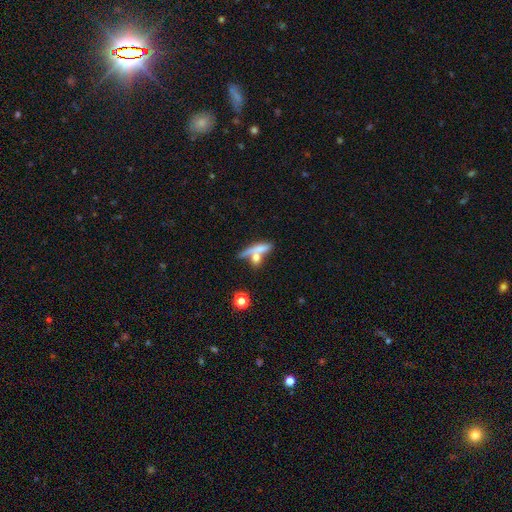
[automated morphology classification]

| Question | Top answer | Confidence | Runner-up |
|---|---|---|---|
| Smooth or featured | smooth | 61% | featured or disk (29%) |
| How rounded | cigar-shaped | 55% | in between (32%) |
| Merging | merger | 48% | none (35%) |